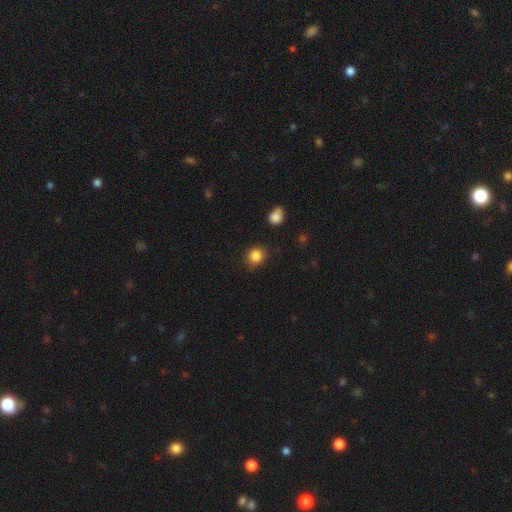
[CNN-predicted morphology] This is clearly a smooth galaxy (85%). How rounded: clearly round (81%). Merging: clearly none (83%).